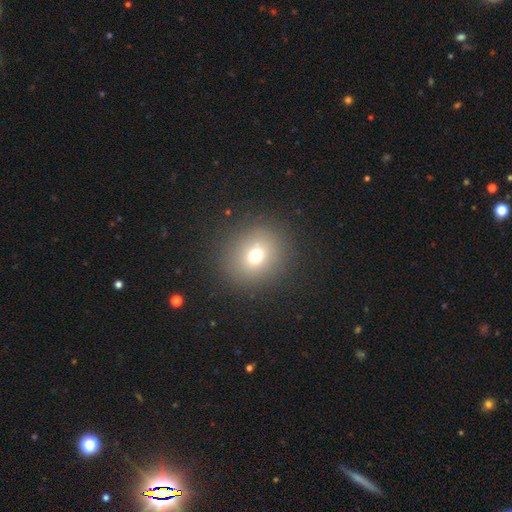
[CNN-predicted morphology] type=smooth (70%); roundness=round (84%); merging=none (87%).